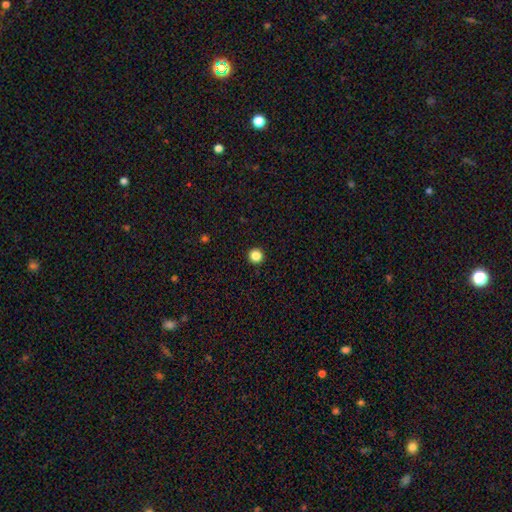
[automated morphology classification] The model was most divided on "smooth or featured": smooth: 86%, star or artifact: 11%, featured or disk: 3%. More confident: how rounded — round (96%); merging — none (94%).